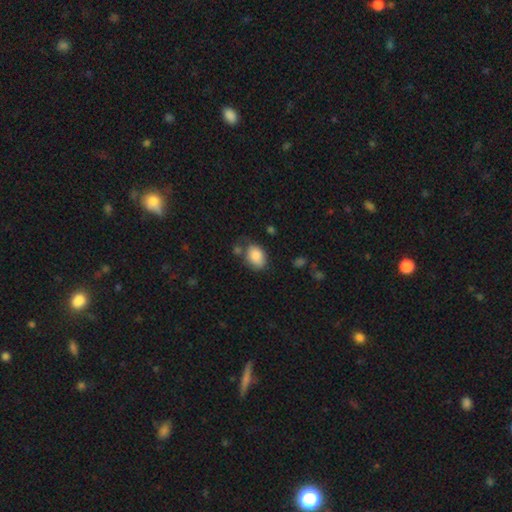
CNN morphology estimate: Smooth or featured?
  - smooth: 87% *
  - star or artifact: 7%
  - featured or disk: 6%
How rounded?
  - in between: 78% *
  - round: 21%
  - cigar-shaped: 1%
Merging?
  - none: 63% *
  - minor disturbance: 23%
  - merger: 8%
  - major disturbance: 7%